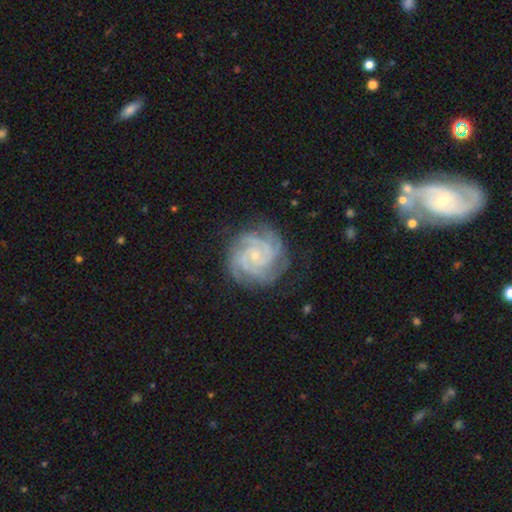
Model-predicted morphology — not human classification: smooth_or_featured: featured or disk (p=0.90) [alt: star or artifact p=0.05]
disk_edge_on: no (p=0.98) [alt: yes p=0.02]
bar: no (p=0.73) [alt: weak p=0.21]
has_spiral_arms: yes (p=0.98) [alt: no p=0.02]
spiral_winding: tight (p=0.76) [alt: medium p=0.22]
spiral_arm_count: 4 (p=0.36) [alt: 3 p=0.27]
bulge_size: small (p=0.80) [alt: moderate p=0.15]
merging: none (p=0.80) [alt: minor disturbance p=0.14]